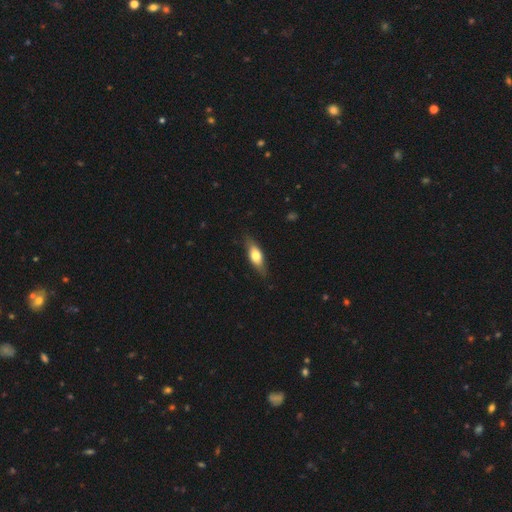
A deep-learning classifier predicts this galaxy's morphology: Smooth or featured?
  - smooth: 61% *
  - featured or disk: 33%
  - star or artifact: 6%
How rounded?
  - in between: 62% *
  - cigar-shaped: 35%
  - round: 3%
Merging?
  - none: 82% *
  - minor disturbance: 14%
  - major disturbance: 3%
  - merger: 1%